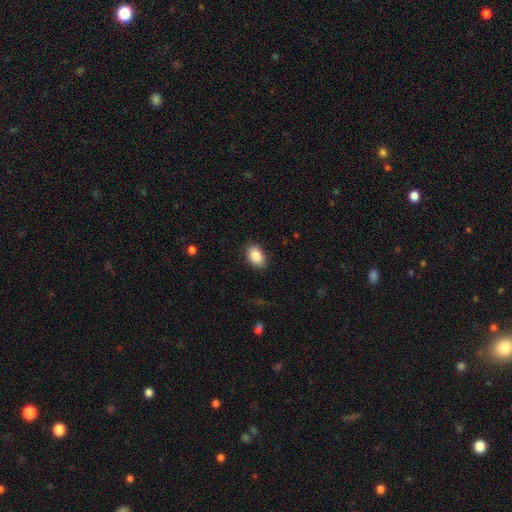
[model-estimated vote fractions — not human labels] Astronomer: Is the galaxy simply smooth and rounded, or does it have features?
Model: smooth — 88%.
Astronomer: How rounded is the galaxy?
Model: in between — 88%.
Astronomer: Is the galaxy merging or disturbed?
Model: none — 87%.